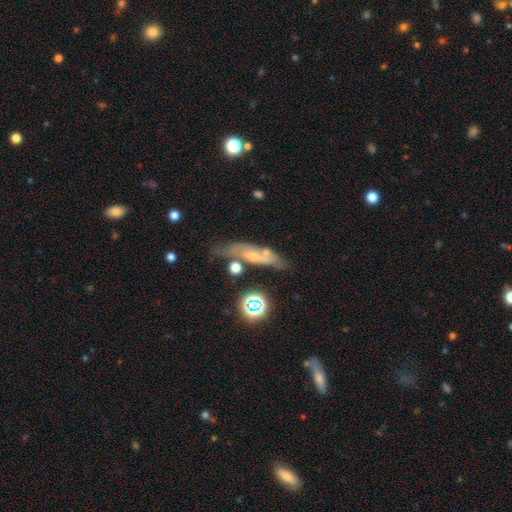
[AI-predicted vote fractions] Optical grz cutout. It shows a featured or disk galaxy (49%). Merging: none (54%).